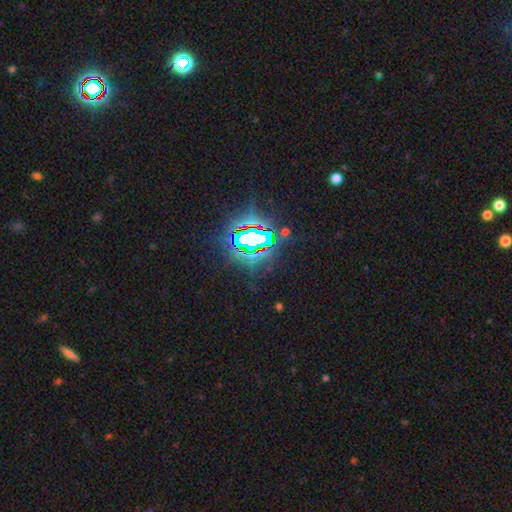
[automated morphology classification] type=star or artifact (86%).